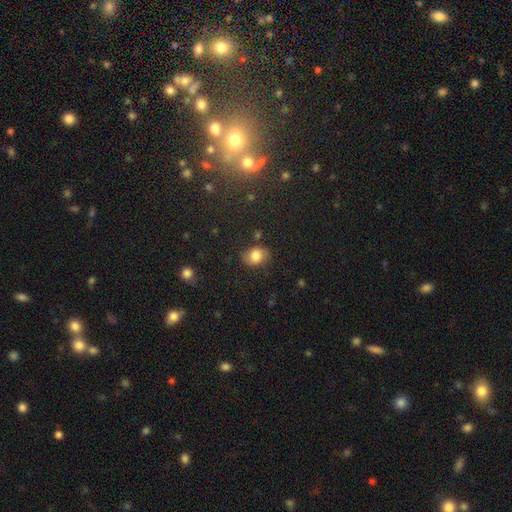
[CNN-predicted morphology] smooth-or-featured: smooth: 80% | featured or disk: 11% | star or artifact: 9%
  how-rounded: in between: 57% | round: 42% | cigar-shaped: 1%
  merging: none: 78% | minor disturbance: 16% | major disturbance: 4% | merger: 2%